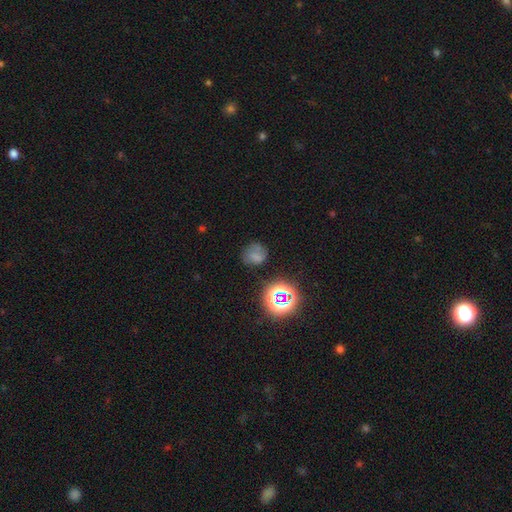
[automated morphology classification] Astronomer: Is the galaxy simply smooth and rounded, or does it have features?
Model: smooth — 55%.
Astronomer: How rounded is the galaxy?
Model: round — 73%.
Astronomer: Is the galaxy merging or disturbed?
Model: none — 61%.